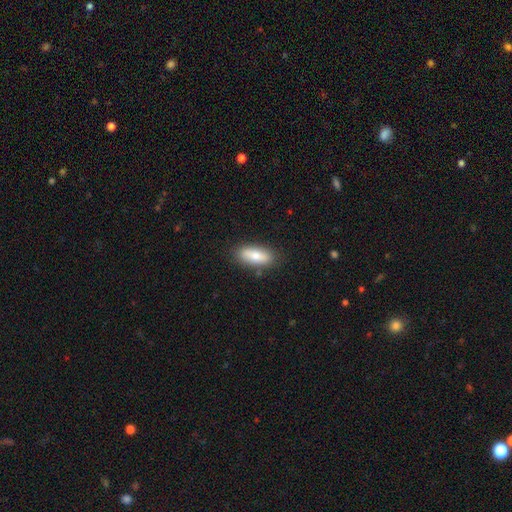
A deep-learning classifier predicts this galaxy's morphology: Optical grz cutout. It shows a smooth galaxy with no disk features (73%) that is in between round and cigar-shaped (74%). Merging: none (84%).